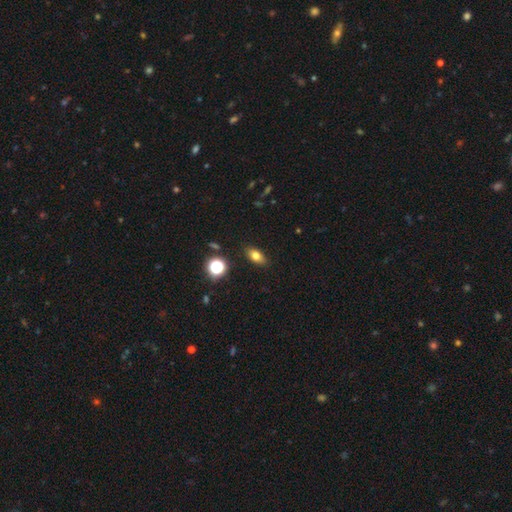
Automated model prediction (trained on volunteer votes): A smooth galaxy with no disk features (75%) that is in between round and cigar-shaped (80%).

Vote fractions:
- Smooth or featured? smooth: 75% / featured or disk: 13% / star or artifact: 13%
- How rounded? in between: 80% / round: 12% / cigar-shaped: 8%
- Merging? none: 87% / minor disturbance: 9% / major disturbance: 2% / merger: 2%